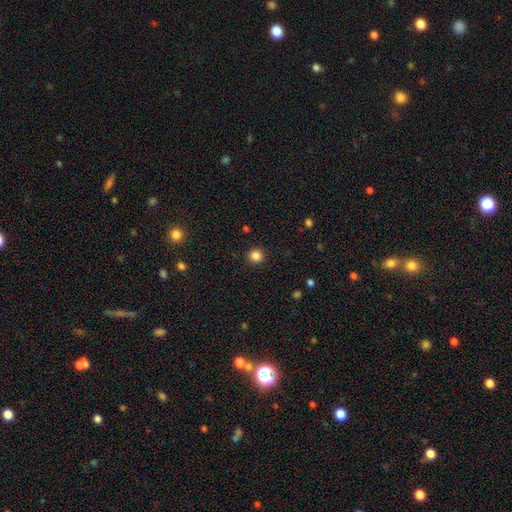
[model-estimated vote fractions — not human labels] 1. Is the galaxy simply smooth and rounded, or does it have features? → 85% smooth, 12% star or artifact, 3% featured or disk.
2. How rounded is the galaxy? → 93% round, 6% in between, 1% cigar-shaped.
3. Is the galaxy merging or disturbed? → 92% none, 5% minor disturbance, 2% major disturbance, 1% merger.